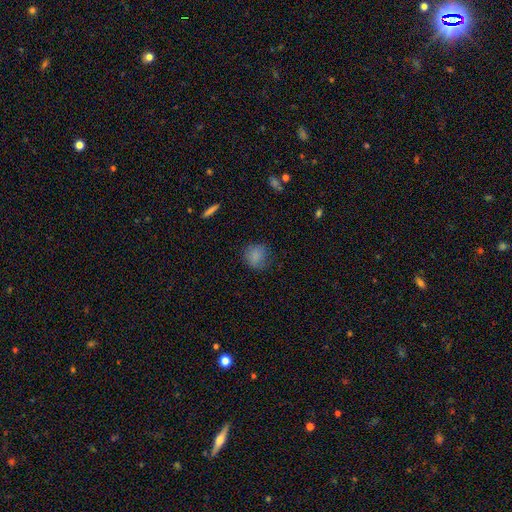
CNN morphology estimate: This appears to be a smooth galaxy with no disk features (82%) that is round (80%). Merging: none (72%).